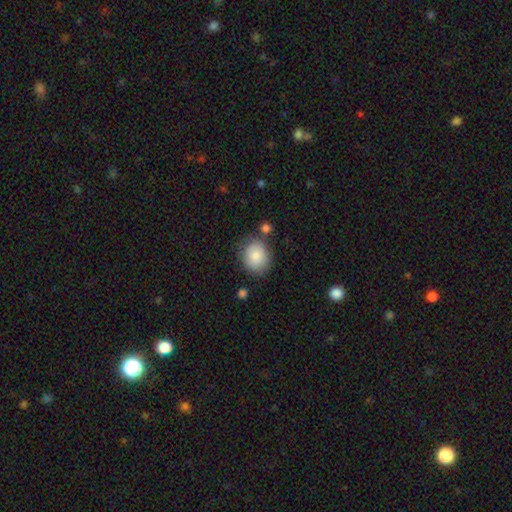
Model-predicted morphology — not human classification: Smooth or featured? Predicted: smooth (p=0.84). How rounded? Predicted: round (p=0.67). Merging? Predicted: none (p=0.75).